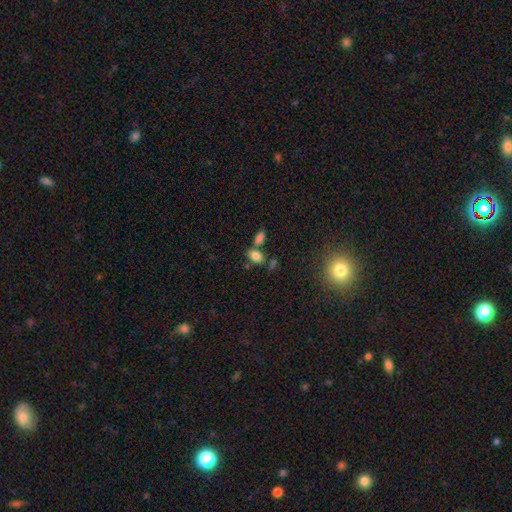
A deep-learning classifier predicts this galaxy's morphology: Q: Smooth or featured?
A: smooth (81%); runner-up: star or artifact (11%)
Q: How rounded?
A: in between (88%); runner-up: round (9%)
Q: Merging?
A: none (56%); runner-up: merger (26%)